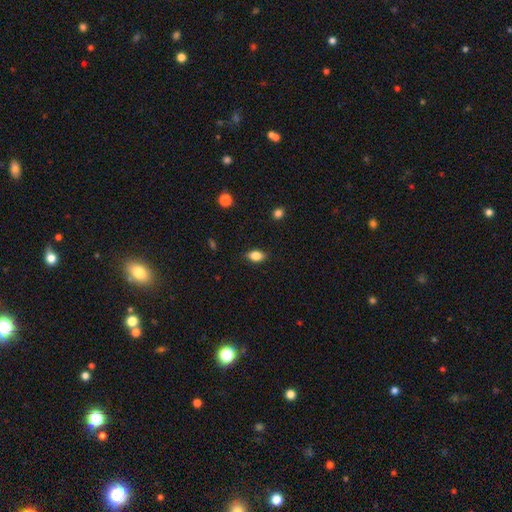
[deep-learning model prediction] The model was most divided on "merging": none: 82%, minor disturbance: 14%, major disturbance: 3%, merger: 1%. More confident: how rounded — in between (82%); smooth or featured — smooth (80%).